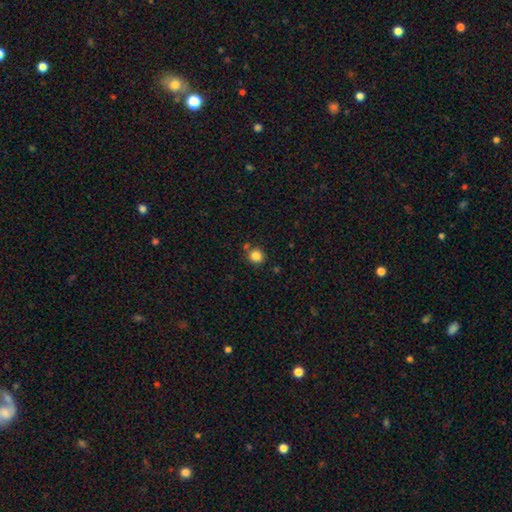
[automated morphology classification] Smooth or featured: smooth — 84% (star or artifact — 11%)
How rounded: round — 91% (in between — 8%)
Merging: none — 80% (minor disturbance — 9%)